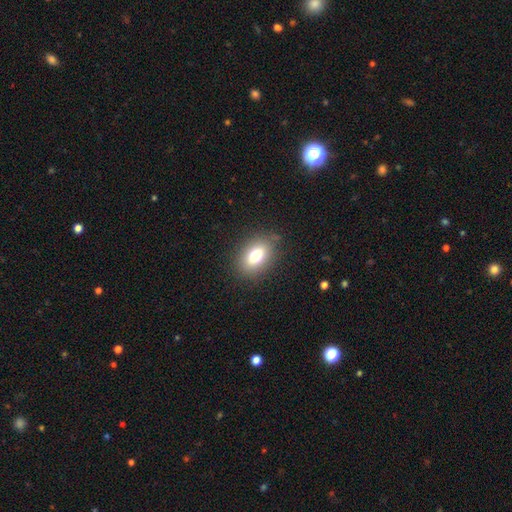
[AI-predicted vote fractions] This is likely a smooth galaxy (77%). How rounded: clearly in between (83%). Merging: clearly none (84%).